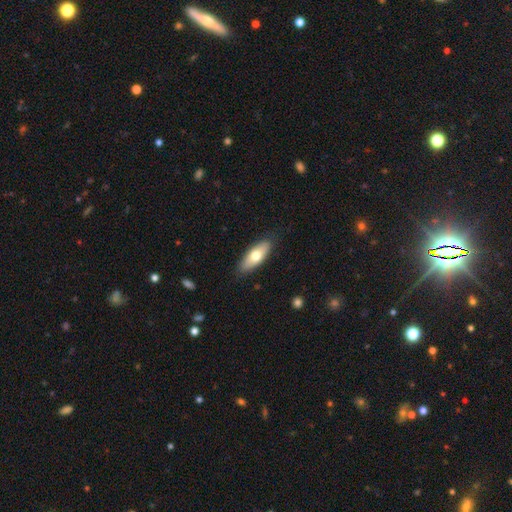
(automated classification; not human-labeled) A smooth galaxy with no disk features (68%) that is in between round and cigar-shaped (71%).

Vote fractions:
- Smooth or featured? smooth: 68% / featured or disk: 26% / star or artifact: 6%
- How rounded? in between: 71% / cigar-shaped: 26% / round: 2%
- Merging? none: 85% / minor disturbance: 12% / major disturbance: 2% / merger: 1%